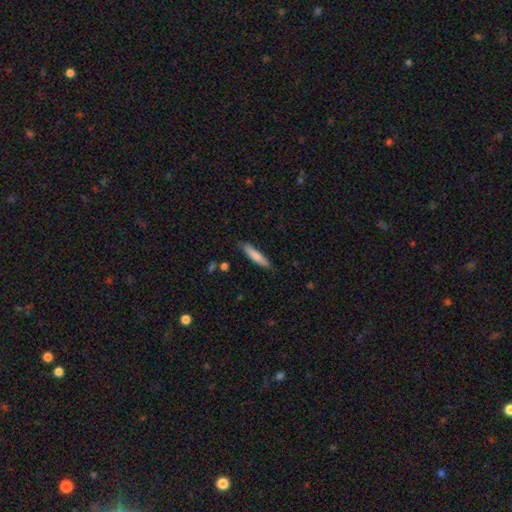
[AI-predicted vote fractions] Morphology: type=smooth (78%); roundness=cigar-shaped (85%); merging=none (84%).